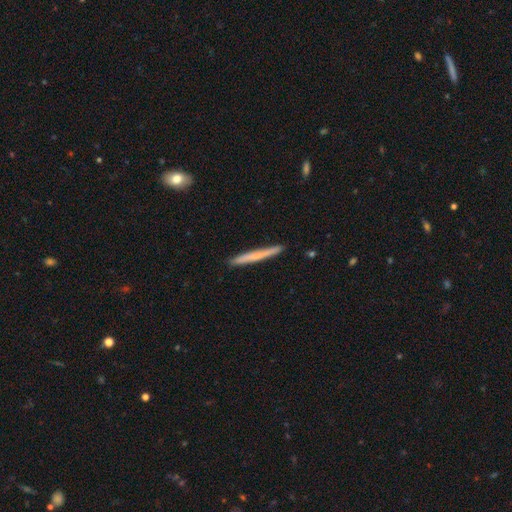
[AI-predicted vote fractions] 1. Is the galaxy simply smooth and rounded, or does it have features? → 53% smooth, 41% featured or disk, 6% star or artifact.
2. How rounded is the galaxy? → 97% cigar-shaped, 2% in between, 1% round.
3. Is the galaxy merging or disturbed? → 91% none, 7% minor disturbance, 1% major disturbance, 1% merger.